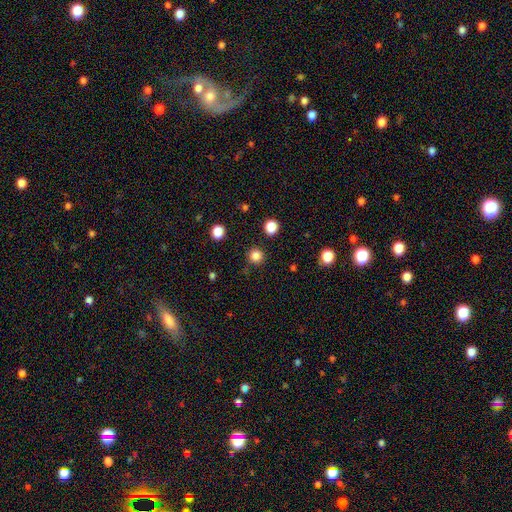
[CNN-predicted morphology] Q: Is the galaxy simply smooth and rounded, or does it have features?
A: smooth — 83%.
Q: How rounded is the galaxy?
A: round — 95%.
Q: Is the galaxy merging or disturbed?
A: none — 89%.